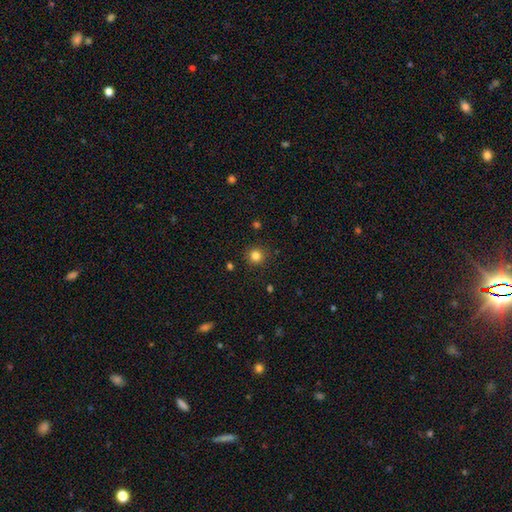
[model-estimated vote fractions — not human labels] A smooth galaxy with no disk features (82%) that is round (91%). Merging: none (88%).